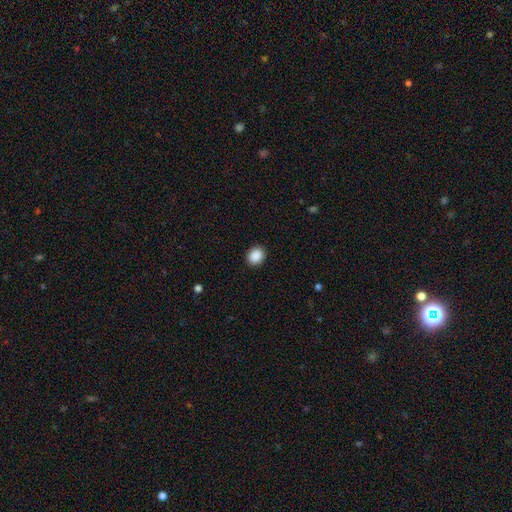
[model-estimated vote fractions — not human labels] smooth-or-featured: smooth: 89% | star or artifact: 8% | featured or disk: 2%
  how-rounded: round: 68% | in between: 31% | cigar-shaped: 1%
  merging: none: 91% | minor disturbance: 6% | major disturbance: 2% | merger: 1%